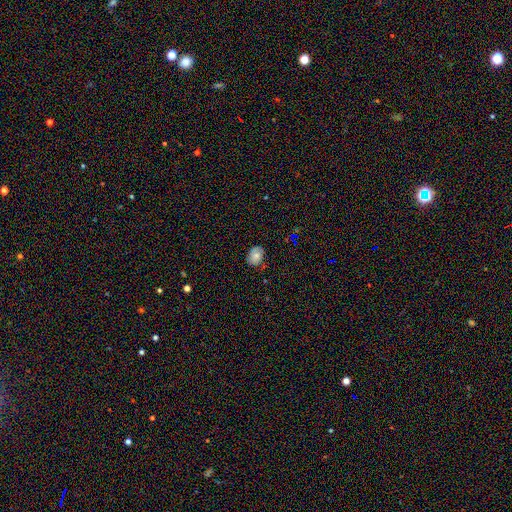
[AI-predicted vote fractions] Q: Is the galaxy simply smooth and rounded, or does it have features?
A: smooth — 62%.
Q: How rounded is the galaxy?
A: in between — 55%.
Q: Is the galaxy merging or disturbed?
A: none — 73%.